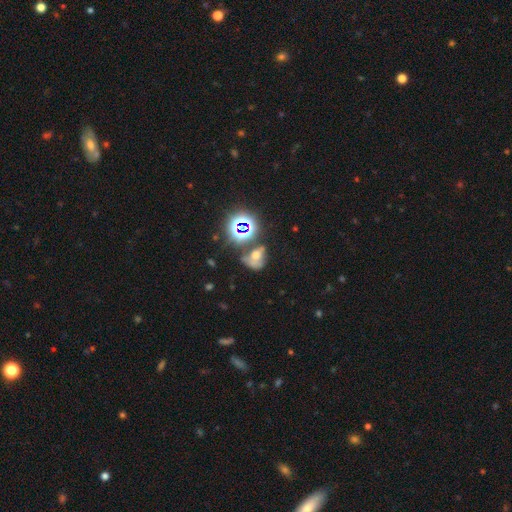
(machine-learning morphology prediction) smooth-or-featured: smooth: 39% | star or artifact: 35% | featured or disk: 25%
  merging: none: 32% | merger: 28% | major disturbance: 22% | minor disturbance: 18%